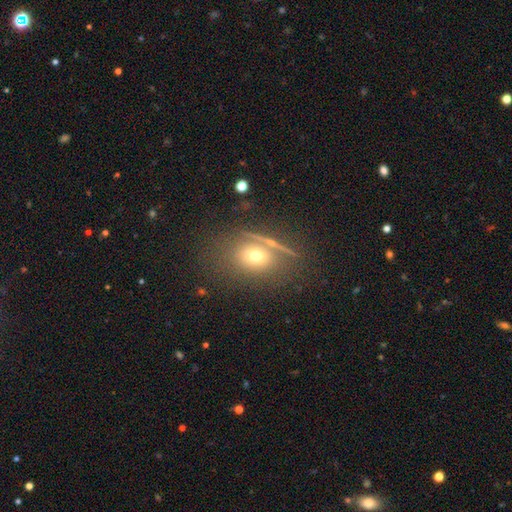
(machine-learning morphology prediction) A smooth galaxy with no disk features (55%) that is in between round and cigar-shaped (53%).

Vote fractions:
- Smooth or featured? smooth: 55% / featured or disk: 27% / star or artifact: 18%
- How rounded? in between: 53% / round: 43% / cigar-shaped: 4%
- Merging? none: 64% / minor disturbance: 16% / merger: 10% / major disturbance: 10%